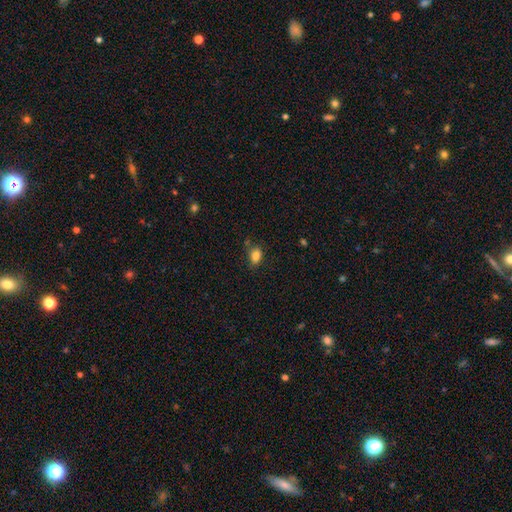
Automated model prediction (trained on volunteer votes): Q: Smooth or featured?
A: smooth (84%); runner-up: star or artifact (11%)
Q: How rounded?
A: in between (78%); runner-up: round (20%)
Q: Merging?
A: none (73%); runner-up: minor disturbance (18%)